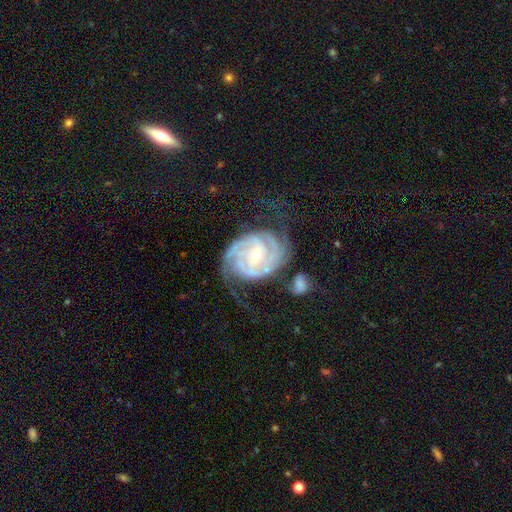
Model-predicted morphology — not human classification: A featured or disk galaxy (92%) with a weak bar (43%), 3 (32%) tight (69%) spiral arms (98%) and a moderate central bulge (51%).

Vote fractions:
- Smooth or featured? featured or disk: 92% / star or artifact: 4% / smooth: 3%
- Edge-on disk? no: 98% / yes: 2%
- Bar? weak: 43% / no: 33% / strong: 24%
- Spiral arms? yes: 98% / no: 2%
- Spiral winding? tight: 69% / medium: 26% / loose: 5%
- Spiral arm count? 3: 32% / 2: 31% / 4: 14% / can't tell: 12% / more than 4: 5% / 1: 5%
- Bulge size? moderate: 51% / small: 46% / large: 1% / none: 1% / dominant: 1%
- Merging? none: 65% / minor disturbance: 19% / major disturbance: 11% / merger: 4%